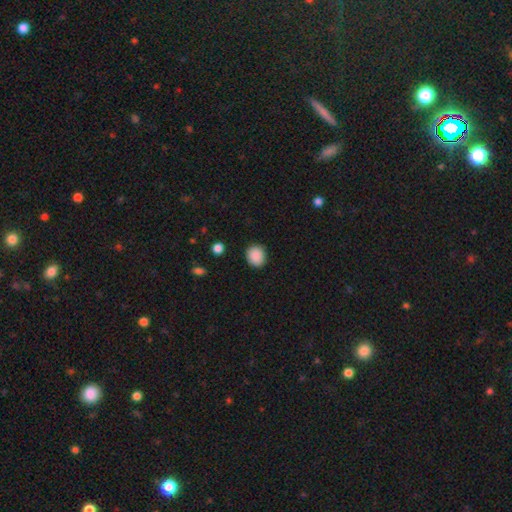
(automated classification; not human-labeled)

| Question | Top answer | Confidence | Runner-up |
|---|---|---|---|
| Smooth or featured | smooth | 89% | star or artifact (8%) |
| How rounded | round | 72% | in between (27%) |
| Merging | none | 89% | minor disturbance (8%) |